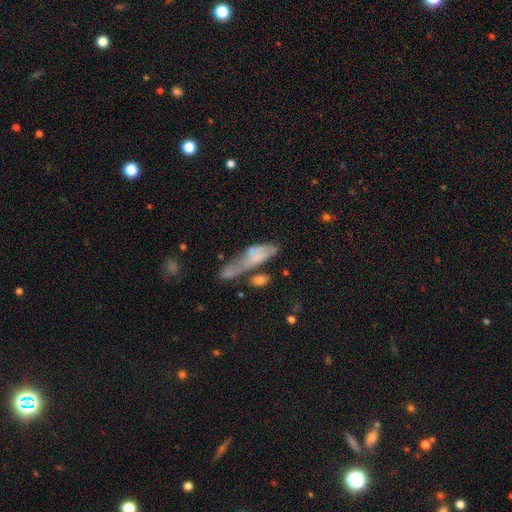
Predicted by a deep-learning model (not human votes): smooth_or_featured: smooth (p=0.53) [alt: featured or disk p=0.37]
how_rounded: in between (p=0.55) [alt: cigar-shaped p=0.41]
merging: merger (p=0.36) [alt: major disturbance p=0.24]